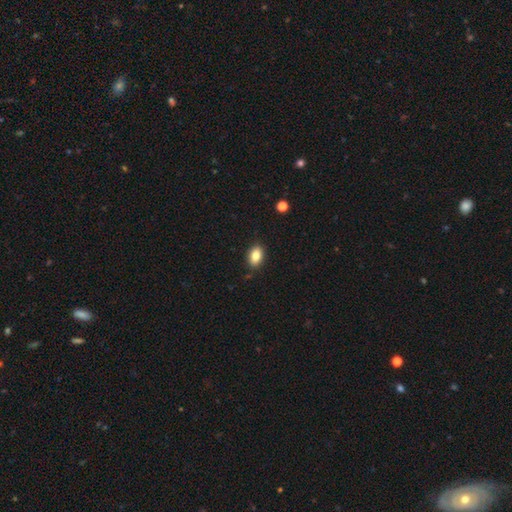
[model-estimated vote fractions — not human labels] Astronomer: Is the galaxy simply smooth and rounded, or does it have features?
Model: smooth — 84%.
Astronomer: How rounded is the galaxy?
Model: in between — 87%.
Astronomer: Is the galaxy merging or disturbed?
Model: none — 87%.